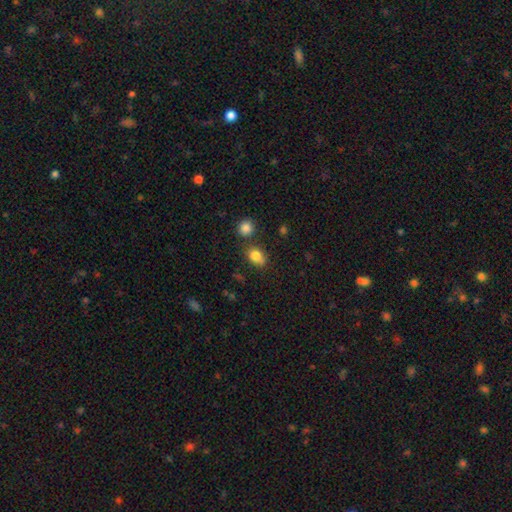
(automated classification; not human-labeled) Morphology: type=smooth (82%); roundness=in between (67%); merging=none (66%).